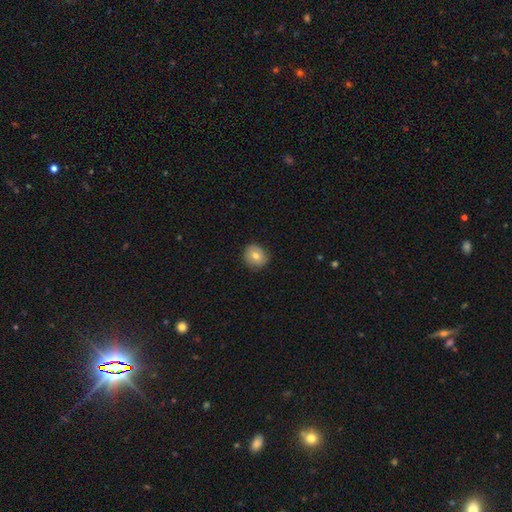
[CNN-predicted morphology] This appears to be a smooth galaxy with no disk features (67%) that is round (78%). Merging: none (80%).